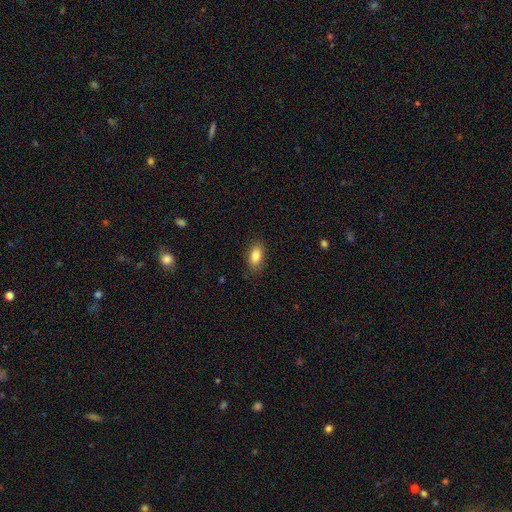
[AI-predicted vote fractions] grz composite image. It shows a smooth galaxy with no disk features (86%) that is in between round and cigar-shaped (90%). Merging: none (85%).